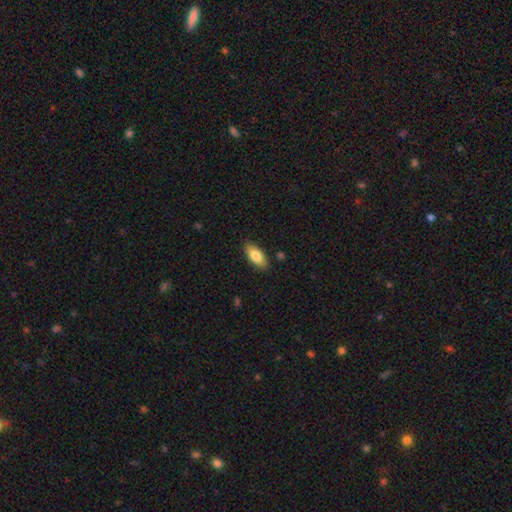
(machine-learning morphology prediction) Smooth or featured?
  - smooth: 79% *
  - featured or disk: 15%
  - star or artifact: 6%
How rounded?
  - in between: 84% *
  - cigar-shaped: 14%
  - round: 3%
Merging?
  - none: 86% *
  - minor disturbance: 10%
  - major disturbance: 2%
  - merger: 1%